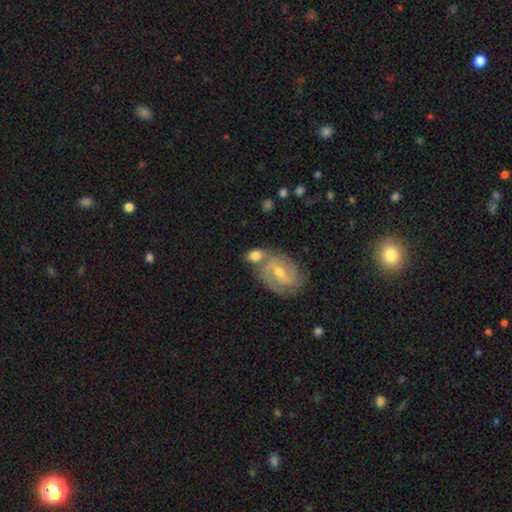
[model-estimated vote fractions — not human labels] smooth-or-featured: smooth: 56% | featured or disk: 36% | star or artifact: 7%
  how-rounded: in between: 63% | round: 33% | cigar-shaped: 3%
  merging: none: 46% | merger: 36% | minor disturbance: 13% | major disturbance: 5%